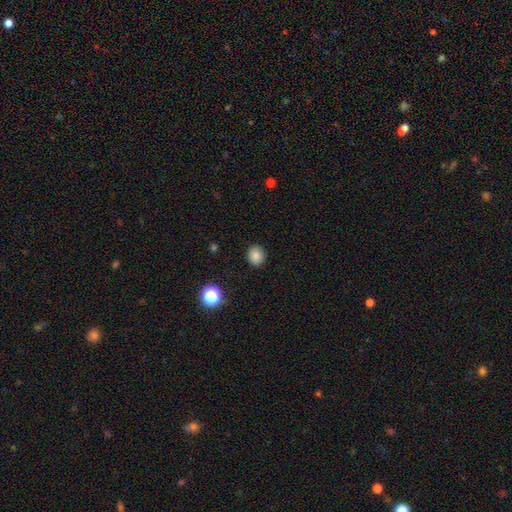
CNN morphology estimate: This is clearly a smooth galaxy (85%). How rounded: clearly round (80%). Merging: clearly none (90%).